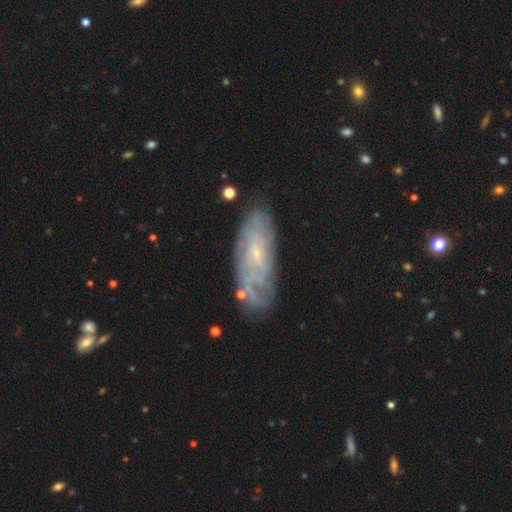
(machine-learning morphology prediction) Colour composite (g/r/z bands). It shows a featured or disk galaxy (60%). Merging: none (74%).